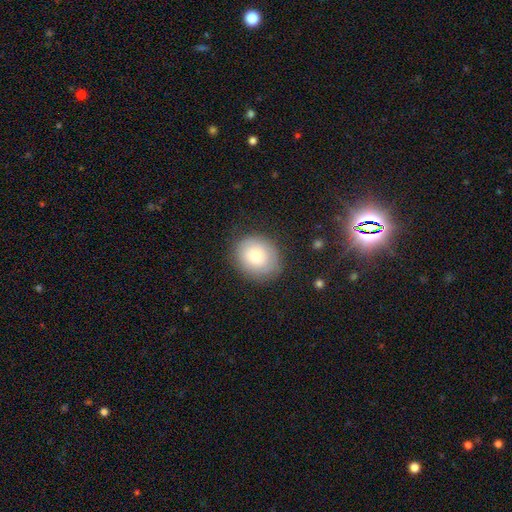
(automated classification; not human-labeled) The model was most divided on "how rounded": round: 63%, in between: 36%, cigar-shaped: 1%. More confident: merging — none (80%); smooth or featured — smooth (73%).